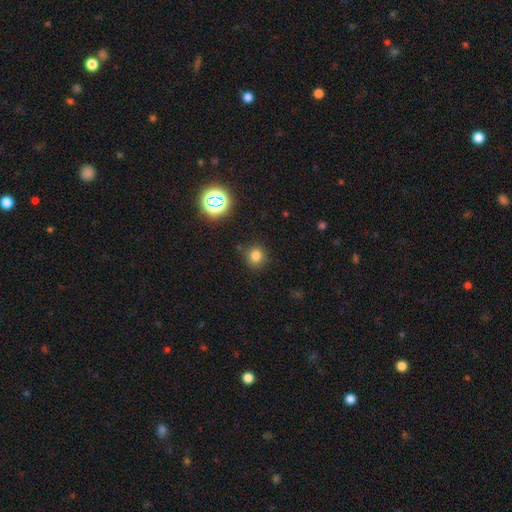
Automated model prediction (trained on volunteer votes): Smooth or featured? smooth (77%)
How rounded? round (89%)
Merging? none (85%)